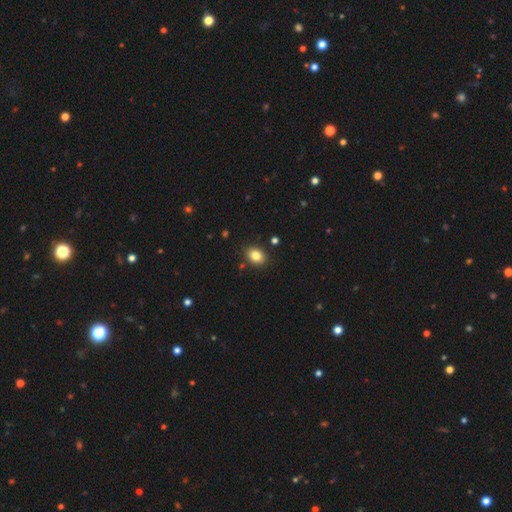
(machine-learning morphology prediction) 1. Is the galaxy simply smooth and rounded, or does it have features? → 84% smooth, 10% star or artifact, 7% featured or disk.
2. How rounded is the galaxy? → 65% in between, 34% round, 1% cigar-shaped.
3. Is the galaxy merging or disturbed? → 87% none, 9% minor disturbance, 2% major disturbance, 2% merger.